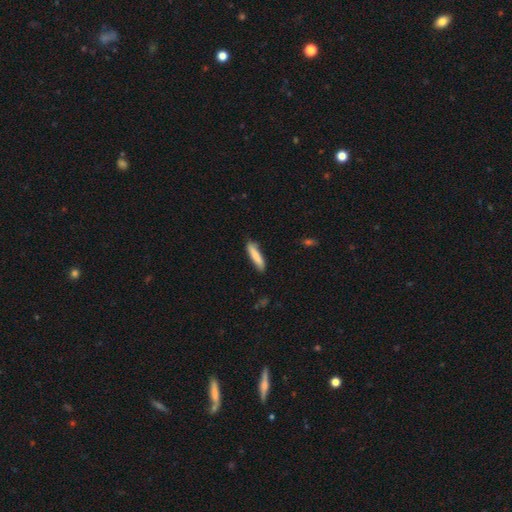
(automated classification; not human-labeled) A smooth galaxy with no disk features (81%) that is cigar-shaped (83%). Merging: none (82%).